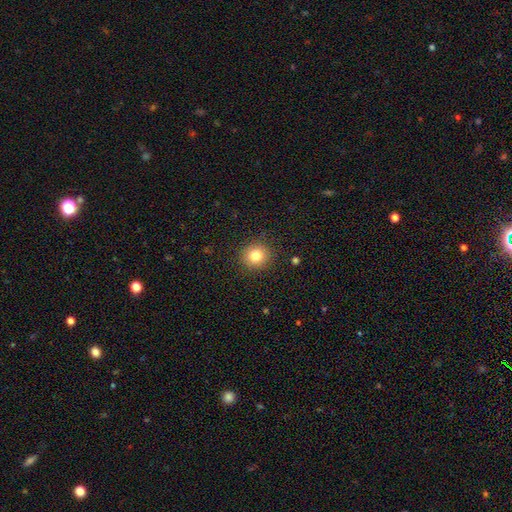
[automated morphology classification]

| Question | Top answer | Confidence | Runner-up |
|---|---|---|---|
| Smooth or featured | smooth | 81% | star or artifact (11%) |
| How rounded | round | 89% | in between (10%) |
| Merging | none | 89% | minor disturbance (7%) |